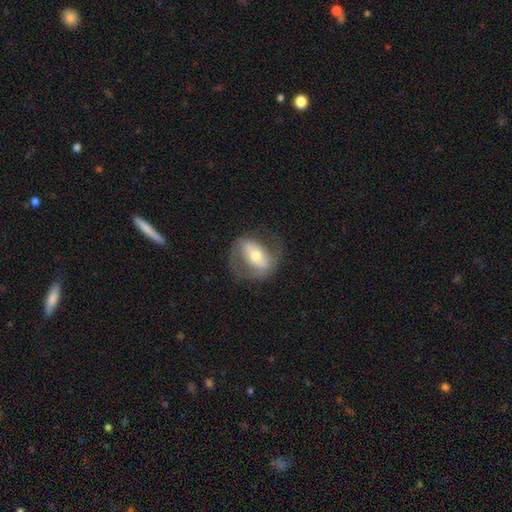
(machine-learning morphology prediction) featured or disk 64%, smooth 30%, star or artifact 7%. Down the decision tree: edge-on disk — no (92%); bar — strong (44%); spiral arms — yes (63%); bulge size — moderate (62%); merging — none (64%).